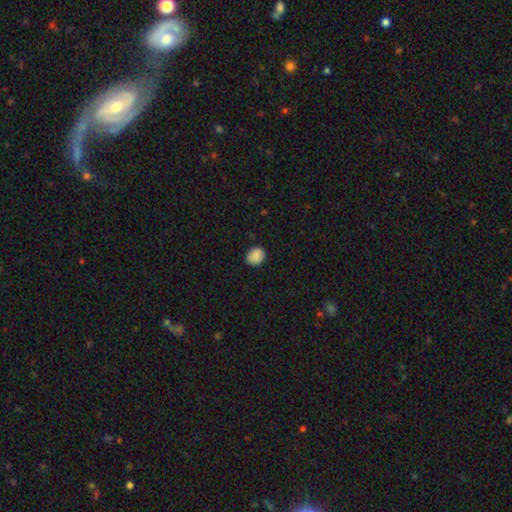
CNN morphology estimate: A smooth galaxy with no disk features (88%) that is round (60%). Merging: none (84%).